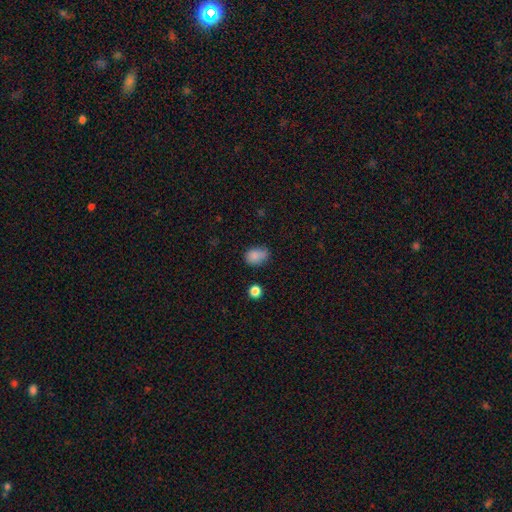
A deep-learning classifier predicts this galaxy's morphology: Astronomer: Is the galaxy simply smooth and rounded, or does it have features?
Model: smooth — 83%.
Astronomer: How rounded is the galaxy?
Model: in between — 73%.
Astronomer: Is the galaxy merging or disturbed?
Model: none — 57%.